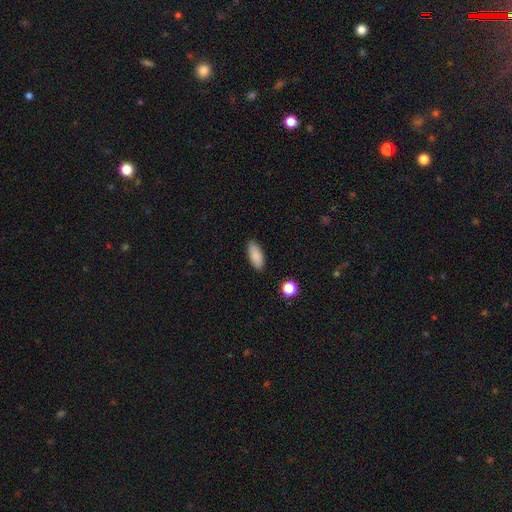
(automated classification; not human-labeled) Morphology: type=smooth (87%); roundness=in between (85%); merging=none (86%).